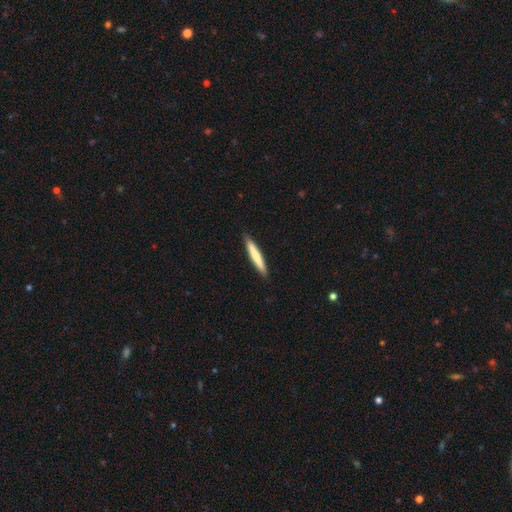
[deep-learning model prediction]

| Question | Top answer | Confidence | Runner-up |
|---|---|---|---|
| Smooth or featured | smooth | 71% | featured or disk (24%) |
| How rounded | cigar-shaped | 94% | in between (4%) |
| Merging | none | 90% | minor disturbance (8%) |